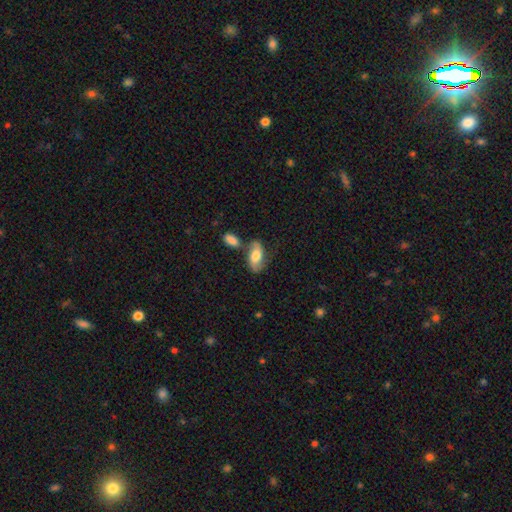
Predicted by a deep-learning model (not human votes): smooth-or-featured: smooth: 49% | featured or disk: 44% | star or artifact: 7%
  merging: none: 51% | merger: 22% | minor disturbance: 18% | major disturbance: 8%